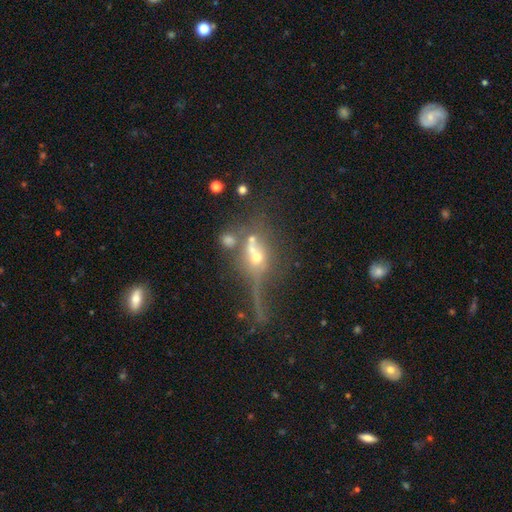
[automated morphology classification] The model was most divided on "merging": merger: 35%, none: 31%, major disturbance: 22%, minor disturbance: 12%. Remaining: smooth or featured — featured or disk (41%).